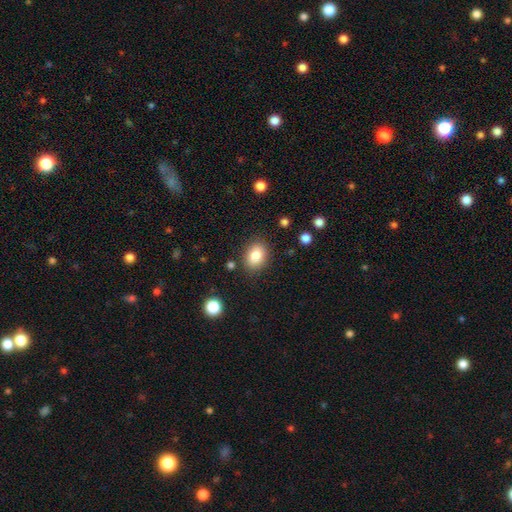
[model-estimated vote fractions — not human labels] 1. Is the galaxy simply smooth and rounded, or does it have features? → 83% smooth, 9% star or artifact, 8% featured or disk.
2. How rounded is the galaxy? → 68% in between, 31% round, 1% cigar-shaped.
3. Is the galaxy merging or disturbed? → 84% none, 10% minor disturbance, 3% major disturbance, 2% merger.